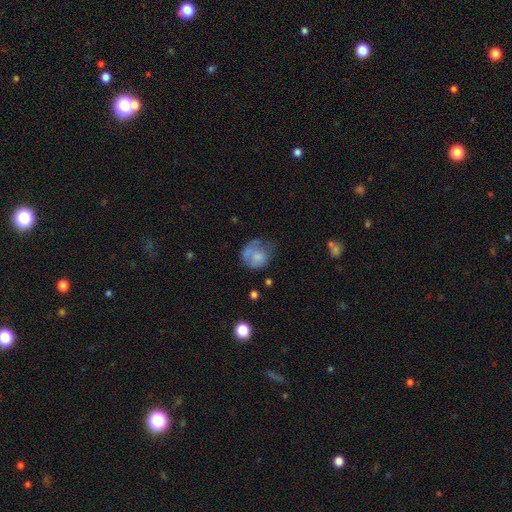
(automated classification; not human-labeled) This is likely a smooth galaxy (62%). How rounded: likely round (72%). Merging: marginally none (37%).